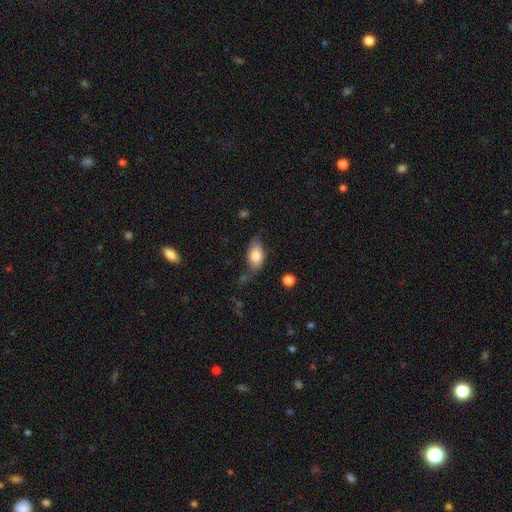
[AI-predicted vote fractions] smooth_or_featured: smooth (p=0.74) [alt: featured or disk p=0.19]
how_rounded: in between (p=0.90) [alt: round p=0.06]
merging: none (p=0.57) [alt: minor disturbance p=0.28]